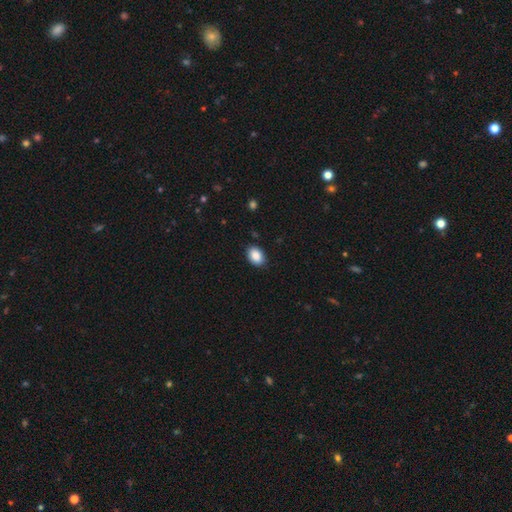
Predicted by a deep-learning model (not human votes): Smooth or featured: smooth — 89% (star or artifact — 7%)
How rounded: in between — 82% (round — 17%)
Merging: none — 86% (minor disturbance — 10%)